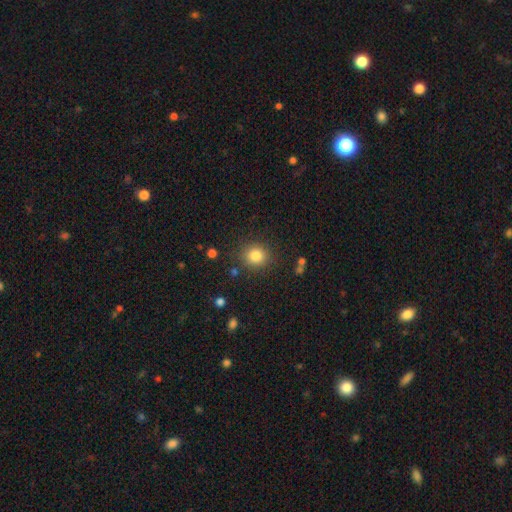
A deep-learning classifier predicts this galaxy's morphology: Smooth or featured?
  - smooth: 82% *
  - star or artifact: 11%
  - featured or disk: 6%
How rounded?
  - round: 81% *
  - in between: 18%
  - cigar-shaped: 1%
Merging?
  - none: 86% *
  - minor disturbance: 9%
  - major disturbance: 3%
  - merger: 2%